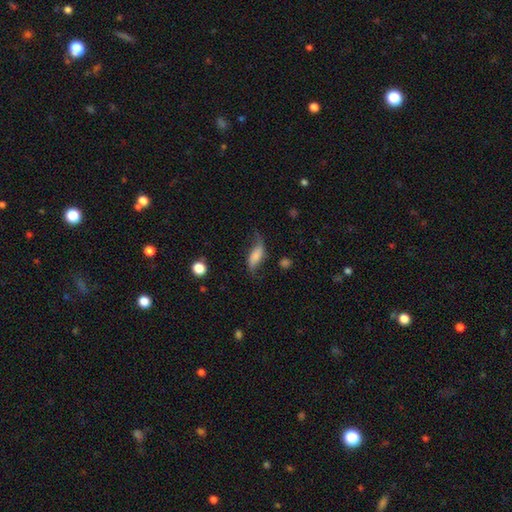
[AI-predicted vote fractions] This is possibly a smooth galaxy (47%). Merging: possibly none (53%).